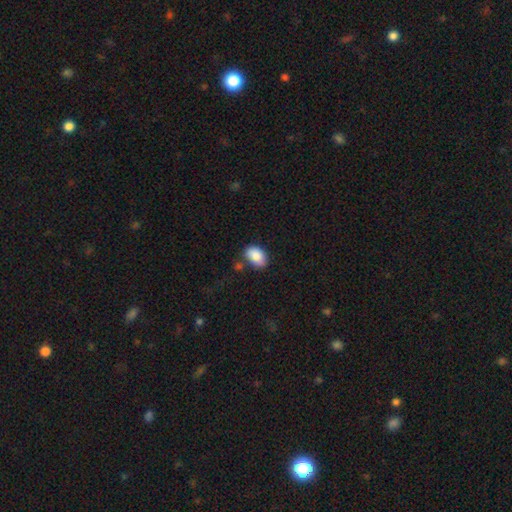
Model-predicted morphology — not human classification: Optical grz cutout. It shows a smooth galaxy with no disk features (87%) that is in between round and cigar-shaped (89%). Merging: none (66%).